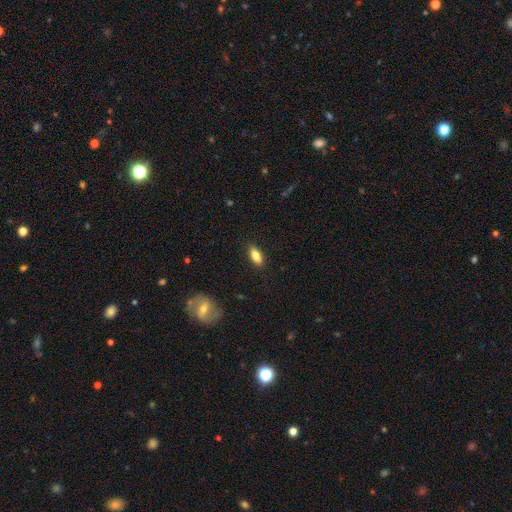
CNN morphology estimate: type=smooth (79%); roundness=in between (80%); merging=none (87%).